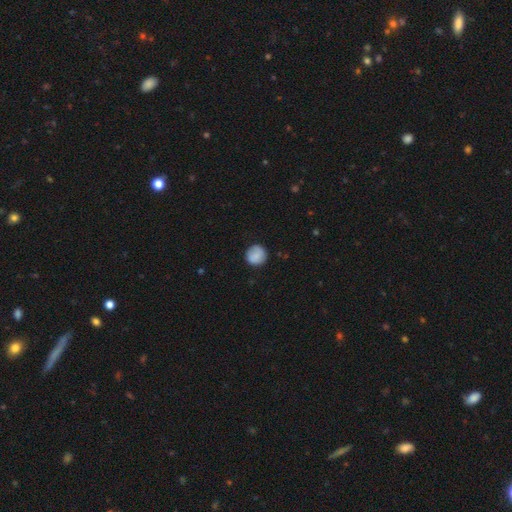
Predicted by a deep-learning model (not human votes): Q: Smooth or featured?
A: smooth (85%); runner-up: featured or disk (8%)
Q: How rounded?
A: round (92%); runner-up: in between (7%)
Q: Merging?
A: none (83%); runner-up: minor disturbance (13%)